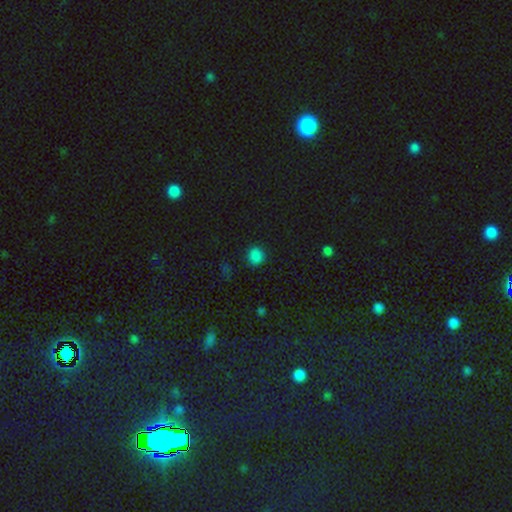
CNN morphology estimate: A smooth galaxy with no disk features (83%) that is round (83%).

Vote fractions:
- Smooth or featured? smooth: 83% / star or artifact: 14% / featured or disk: 3%
- How rounded? round: 83% / in between: 16% / cigar-shaped: 1%
- Merging? none: 86% / minor disturbance: 9% / major disturbance: 3% / merger: 2%